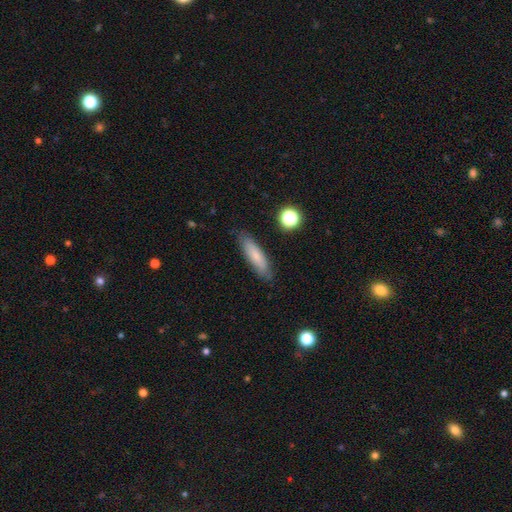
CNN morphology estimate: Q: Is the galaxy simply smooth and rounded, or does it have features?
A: smooth — 76%.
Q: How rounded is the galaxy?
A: cigar-shaped — 73%.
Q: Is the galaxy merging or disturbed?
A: none — 85%.